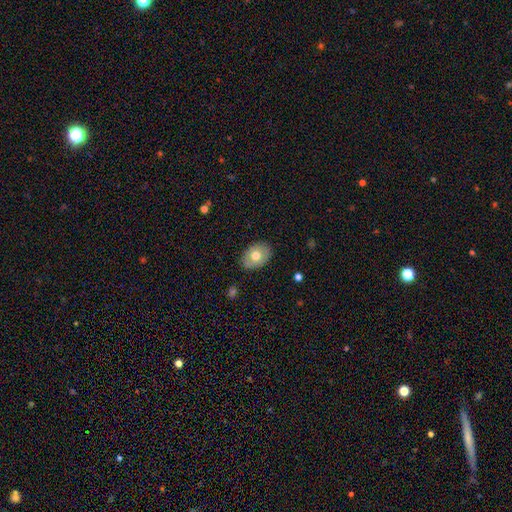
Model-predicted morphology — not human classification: Smooth or featured?
  - smooth: 68% *
  - featured or disk: 26%
  - star or artifact: 7%
How rounded?
  - in between: 76% *
  - round: 23%
  - cigar-shaped: 1%
Merging?
  - none: 85% *
  - minor disturbance: 12%
  - major disturbance: 2%
  - merger: 1%